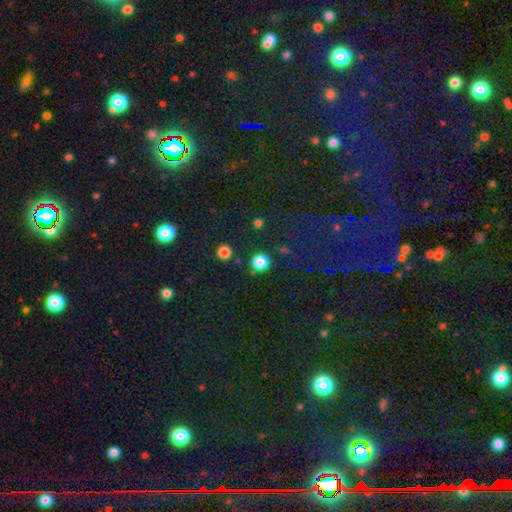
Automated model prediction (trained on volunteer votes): A star or artifact, not a galaxy (76%).

Vote fractions:
- Smooth or featured? star or artifact: 76% / smooth: 16% / featured or disk: 8%